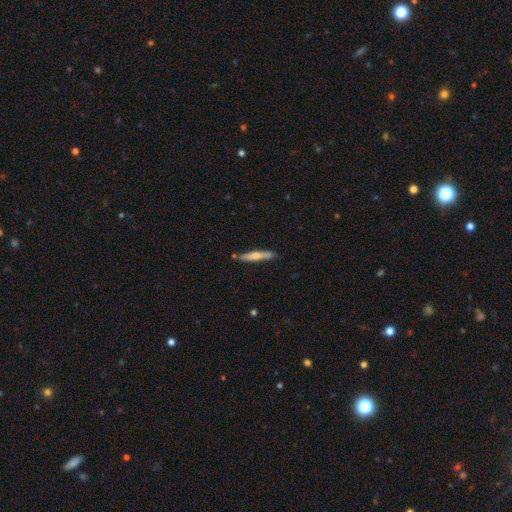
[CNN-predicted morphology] A smooth galaxy with no disk features (48%). Merging: none (85%).